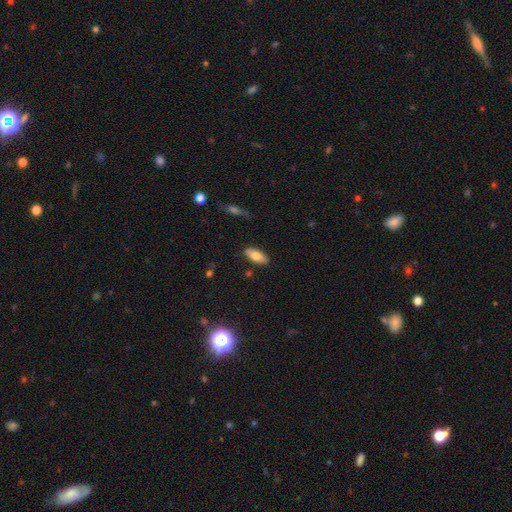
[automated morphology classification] Smooth or featured? Predicted: smooth (p=0.79). How rounded? Predicted: in between (p=0.85). Merging? Predicted: none (p=0.85).